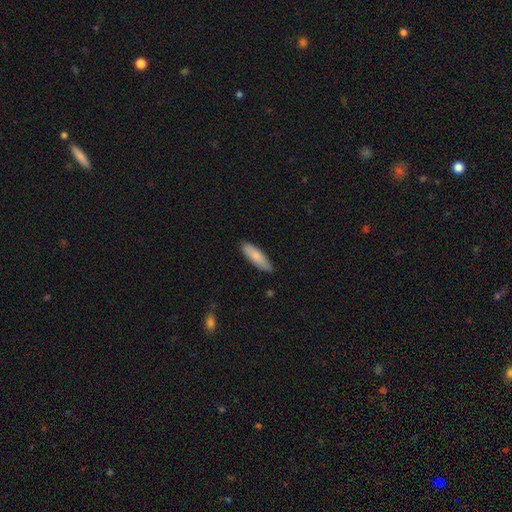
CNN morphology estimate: smooth_or_featured: smooth (p=0.83) [alt: featured or disk p=0.12]
how_rounded: cigar-shaped (p=0.56) [alt: in between p=0.42]
merging: none (p=0.85) [alt: minor disturbance p=0.12]